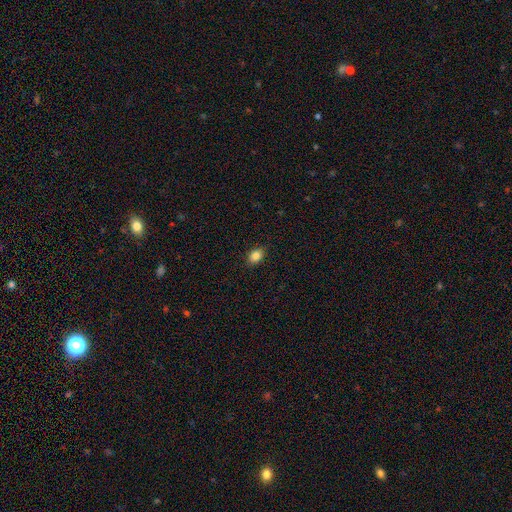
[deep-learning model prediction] smooth-or-featured: smooth: 85% | star or artifact: 9% | featured or disk: 6%
  how-rounded: in between: 79% | round: 20% | cigar-shaped: 2%
  merging: none: 87% | minor disturbance: 9% | major disturbance: 2% | merger: 1%